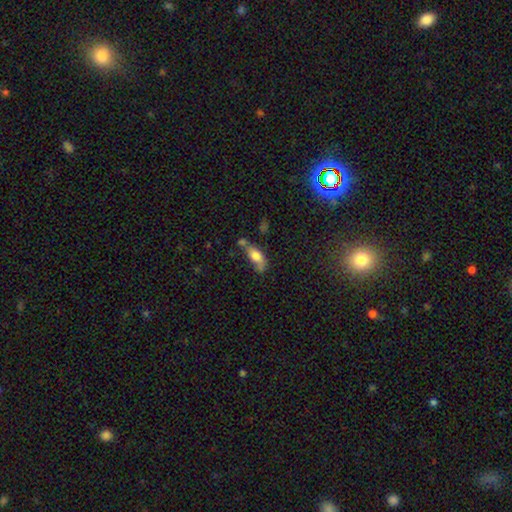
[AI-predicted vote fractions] Smooth or featured?
  - smooth: 70% *
  - featured or disk: 22%
  - star or artifact: 9%
How rounded?
  - in between: 77% *
  - cigar-shaped: 19%
  - round: 5%
Merging?
  - none: 38% *
  - minor disturbance: 26%
  - merger: 22%
  - major disturbance: 14%